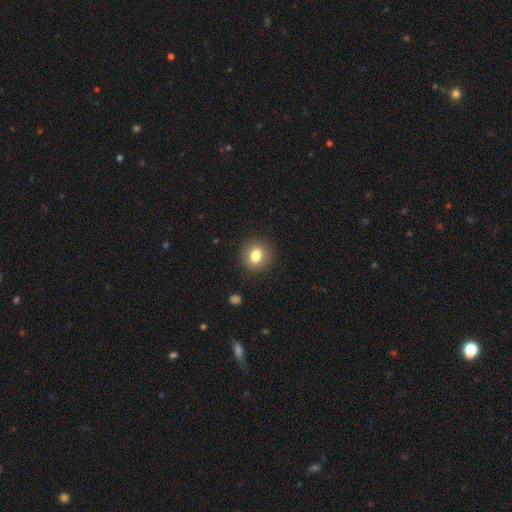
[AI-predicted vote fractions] Smooth or featured: smooth — 79% (star or artifact — 10%)
How rounded: round — 72% (in between — 27%)
Merging: none — 89% (minor disturbance — 7%)